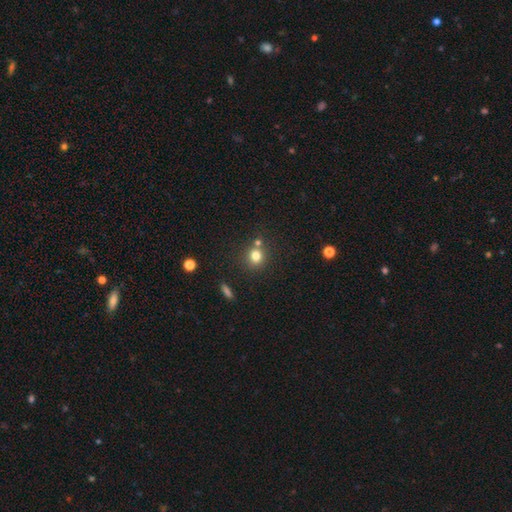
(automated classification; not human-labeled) Smooth or featured? Predicted: smooth (p=0.78). How rounded? Predicted: round (p=0.86). Merging? Predicted: none (p=0.67).